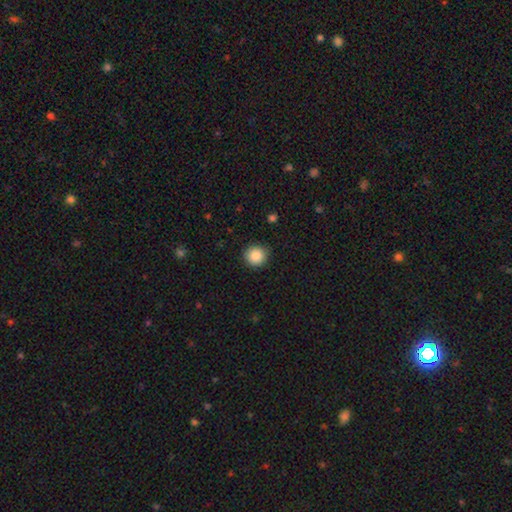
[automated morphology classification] This appears to be a smooth galaxy with no disk features (88%) that is round (93%). Merging: none (90%).